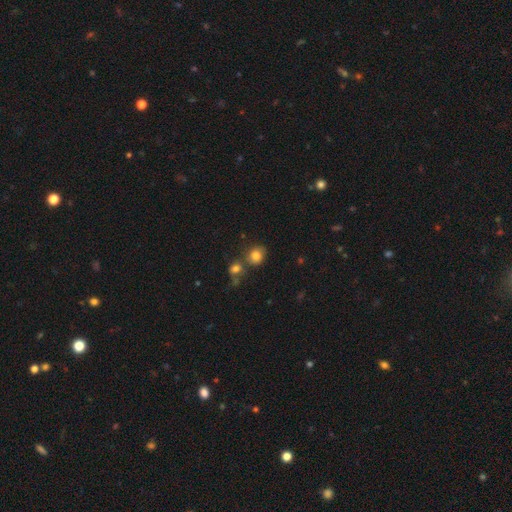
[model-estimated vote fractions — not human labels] A smooth galaxy with no disk features (81%) that is round (71%). Merging: none (62%).